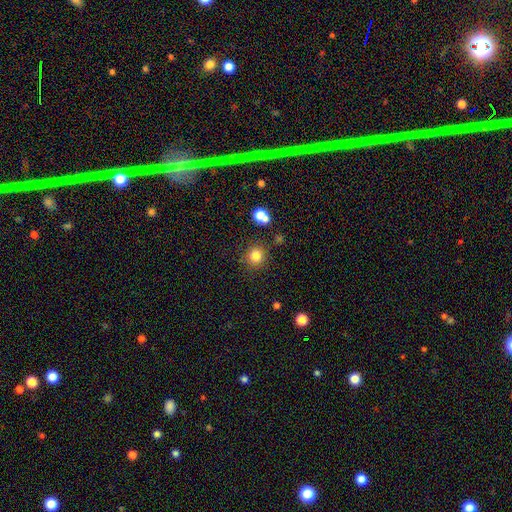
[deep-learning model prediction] Overall: smooth (82%). How rounded: round (90%). Merging: none (85%).